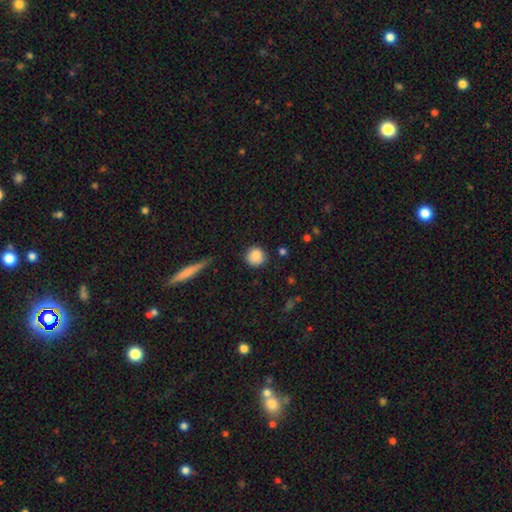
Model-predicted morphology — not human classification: Q: Smooth or featured?
A: smooth (85%); runner-up: star or artifact (9%)
Q: How rounded?
A: round (92%); runner-up: in between (7%)
Q: Merging?
A: none (84%); runner-up: minor disturbance (11%)